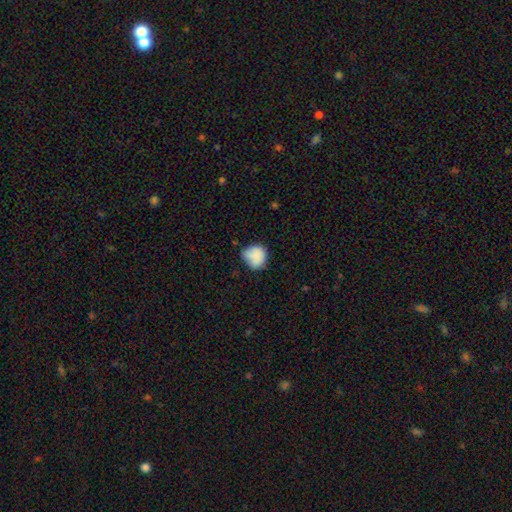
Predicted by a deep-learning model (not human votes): A smooth galaxy with no disk features (84%) that is round (79%).

Vote fractions:
- Smooth or featured? smooth: 84% / star or artifact: 8% / featured or disk: 7%
- How rounded? round: 79% / in between: 20% / cigar-shaped: 1%
- Merging? none: 54% / minor disturbance: 35% / major disturbance: 8% / merger: 3%